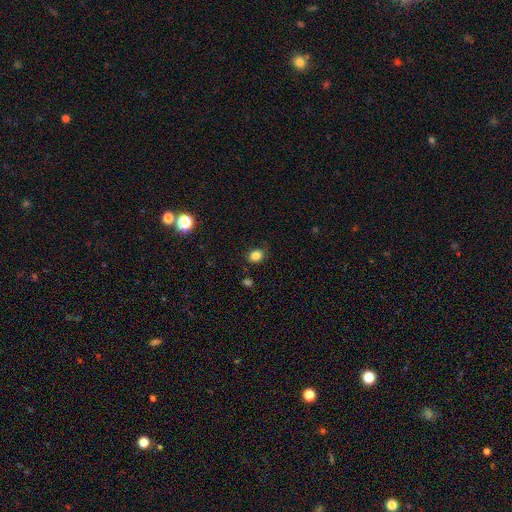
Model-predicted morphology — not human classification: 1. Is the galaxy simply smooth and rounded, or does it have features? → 83% smooth, 11% star or artifact, 5% featured or disk.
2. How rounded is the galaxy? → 54% round, 45% in between, 1% cigar-shaped.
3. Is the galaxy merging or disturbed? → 85% none, 11% minor disturbance, 3% major disturbance, 2% merger.